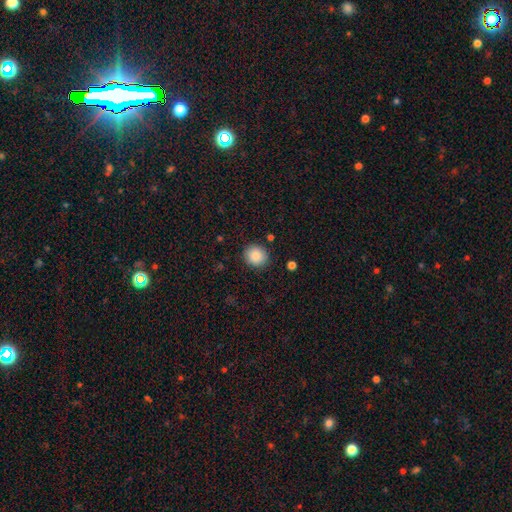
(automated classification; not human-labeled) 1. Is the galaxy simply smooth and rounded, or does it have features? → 88% smooth, 8% star or artifact, 4% featured or disk.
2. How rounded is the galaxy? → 84% round, 15% in between, 1% cigar-shaped.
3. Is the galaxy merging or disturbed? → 88% none, 8% minor disturbance, 2% major disturbance, 2% merger.